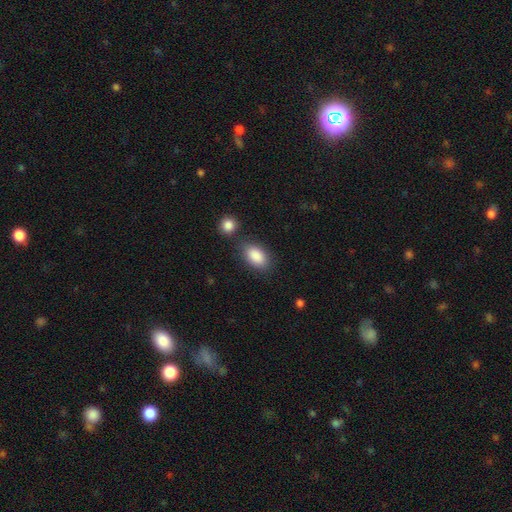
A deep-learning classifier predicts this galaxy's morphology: A smooth galaxy with no disk features (88%) that is in between round and cigar-shaped (92%). Merging: none (72%).